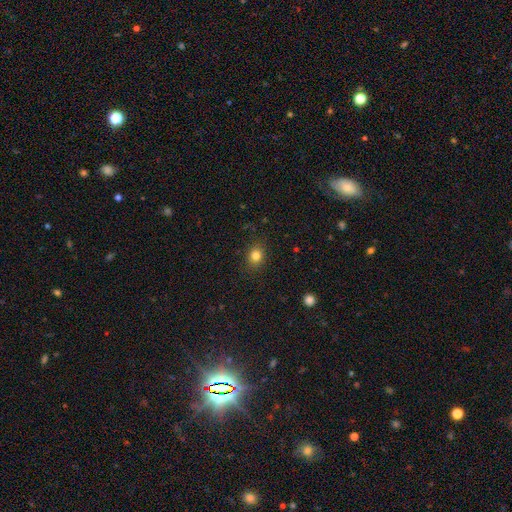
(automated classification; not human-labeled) smooth 82%, star or artifact 12%, featured or disk 6%. Down the decision tree: how rounded — round (63%); merging — none (87%).